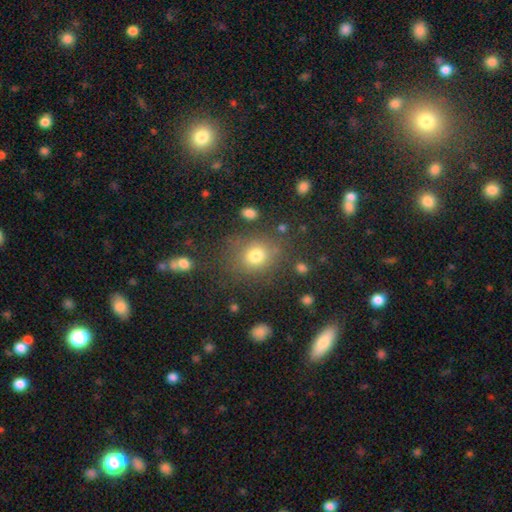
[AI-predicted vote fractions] This appears to be a smooth galaxy with no disk features (77%) that is round (72%). Merging: none (76%).